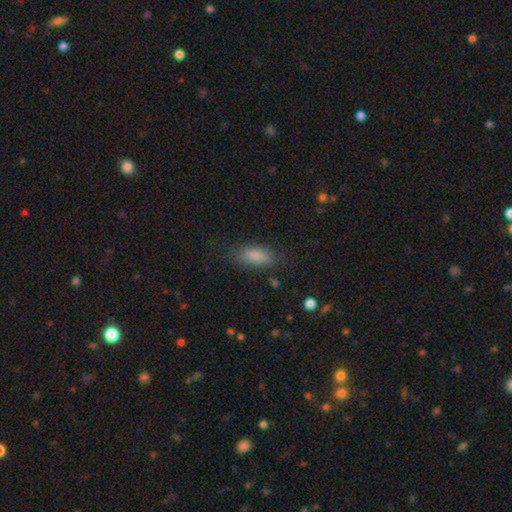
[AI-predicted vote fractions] A smooth galaxy with no disk features (85%) that is in between round and cigar-shaped (82%). Merging: none (78%).